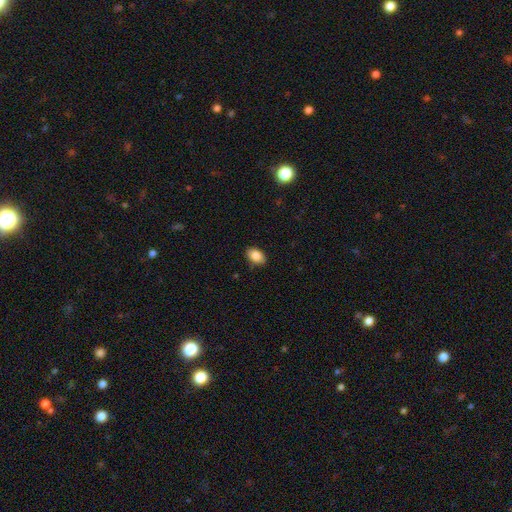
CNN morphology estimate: Smooth or featured: smooth — 85% (star or artifact — 8%)
How rounded: in between — 88% (round — 11%)
Merging: none — 85% (minor disturbance — 12%)